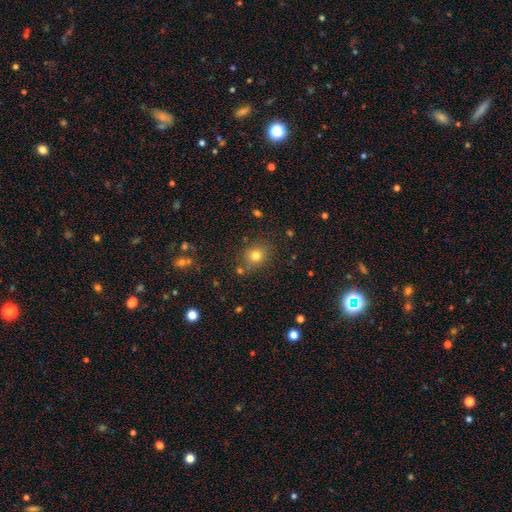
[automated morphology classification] This appears to be a smooth galaxy with no disk features (77%) that is round (71%). Merging: none (78%).